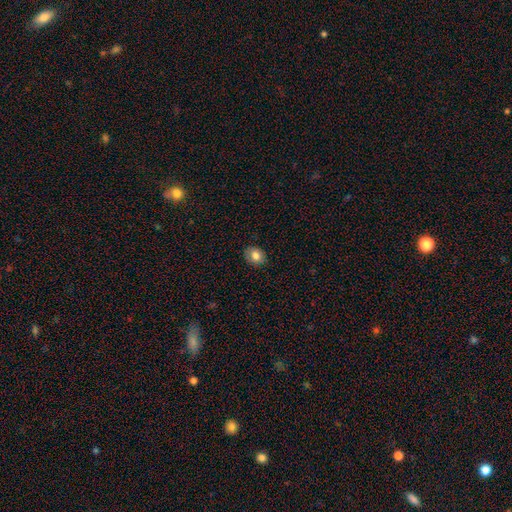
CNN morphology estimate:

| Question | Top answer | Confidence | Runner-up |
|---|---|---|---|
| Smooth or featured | smooth | 81% | featured or disk (10%) |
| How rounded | round | 50% | in between (49%) |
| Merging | none | 87% | minor disturbance (10%) |